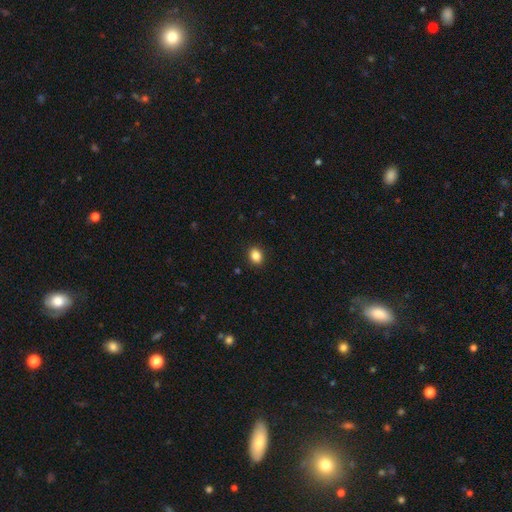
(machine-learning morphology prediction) Q: Smooth or featured?
A: smooth (86%); runner-up: star or artifact (10%)
Q: How rounded?
A: in between (55%); runner-up: round (44%)
Q: Merging?
A: none (91%); runner-up: minor disturbance (6%)